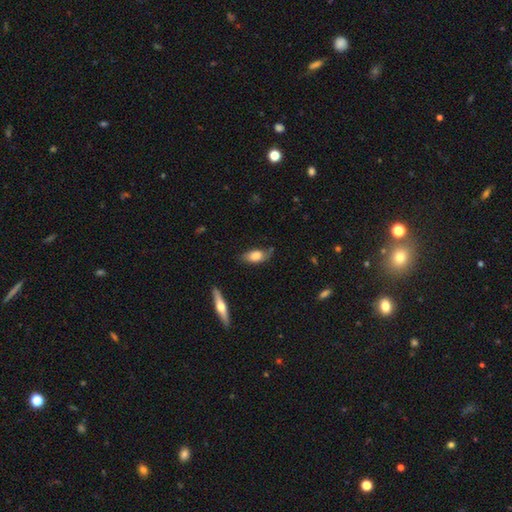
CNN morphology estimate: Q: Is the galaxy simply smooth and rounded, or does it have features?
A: smooth — 73%.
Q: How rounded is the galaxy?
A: in between — 86%.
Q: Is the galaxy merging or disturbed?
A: none — 70%.